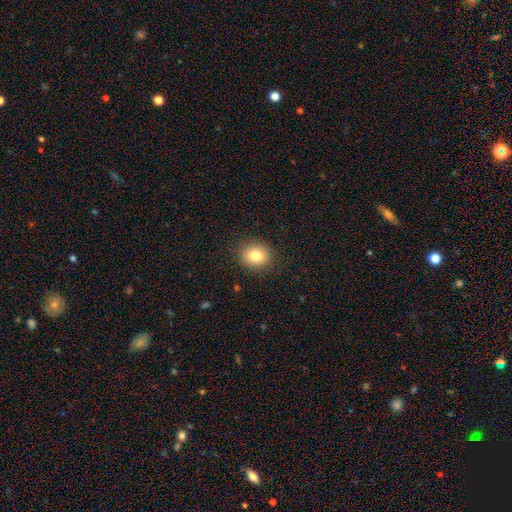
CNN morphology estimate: smooth 82%, star or artifact 10%, featured or disk 8%. Down the decision tree: how rounded — round (67%); merging — none (89%).